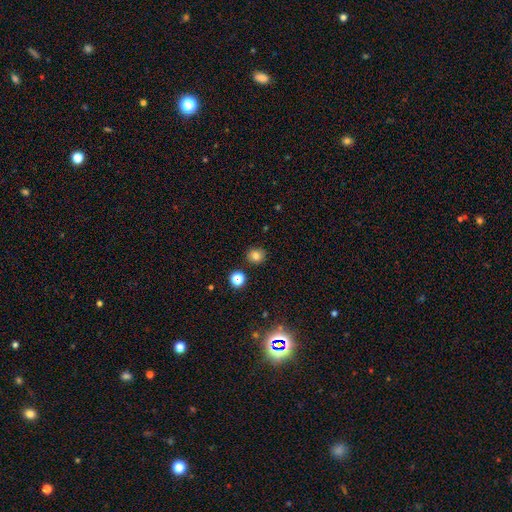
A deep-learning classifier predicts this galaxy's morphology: A smooth galaxy with no disk features (79%) that is round (82%).

Vote fractions:
- Smooth or featured? smooth: 79% / star or artifact: 14% / featured or disk: 7%
- How rounded? round: 82% / in between: 17% / cigar-shaped: 1%
- Merging? none: 88% / minor disturbance: 7% / merger: 3% / major disturbance: 2%